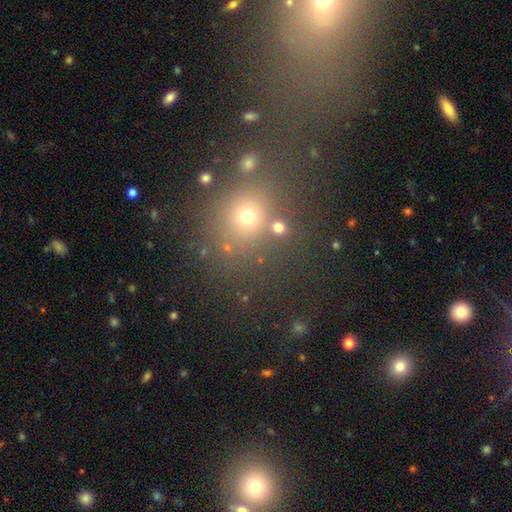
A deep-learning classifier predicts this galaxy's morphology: Smooth or featured? Predicted: smooth (p=0.48). Merging? Predicted: none (p=0.58).